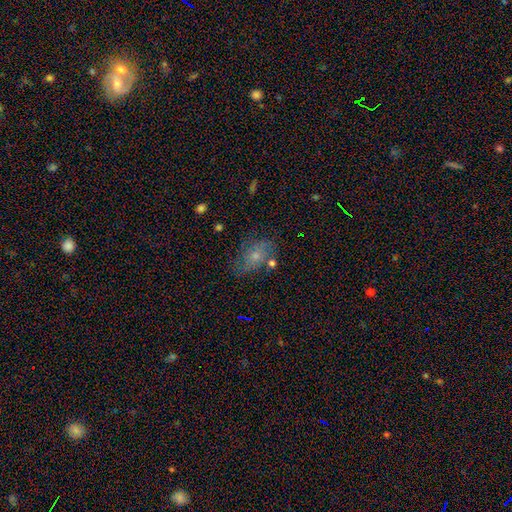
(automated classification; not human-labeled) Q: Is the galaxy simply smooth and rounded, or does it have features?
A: smooth — 55%.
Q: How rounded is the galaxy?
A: in between — 79%.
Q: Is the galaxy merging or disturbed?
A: none — 60%.